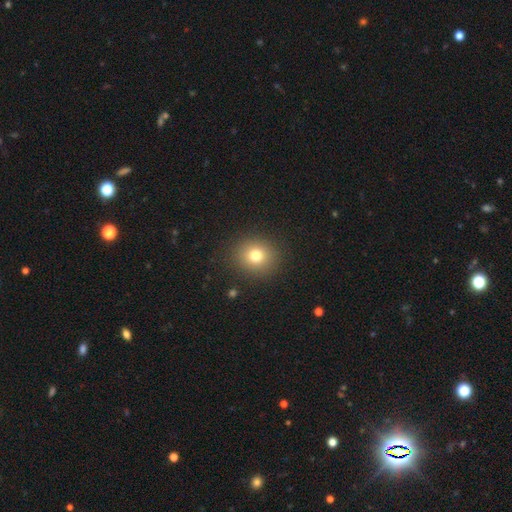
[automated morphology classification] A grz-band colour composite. It shows a smooth galaxy with no disk features (76%) that is round (85%). Merging: none (89%).